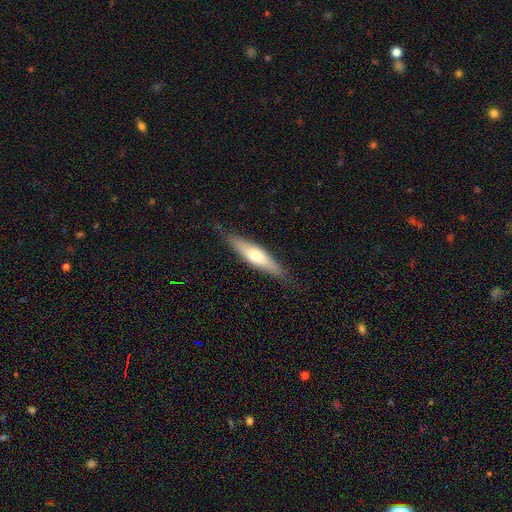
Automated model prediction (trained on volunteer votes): smooth 55%, featured or disk 39%, star or artifact 5%. Down the decision tree: how rounded — cigar-shaped (74%); merging — none (84%).